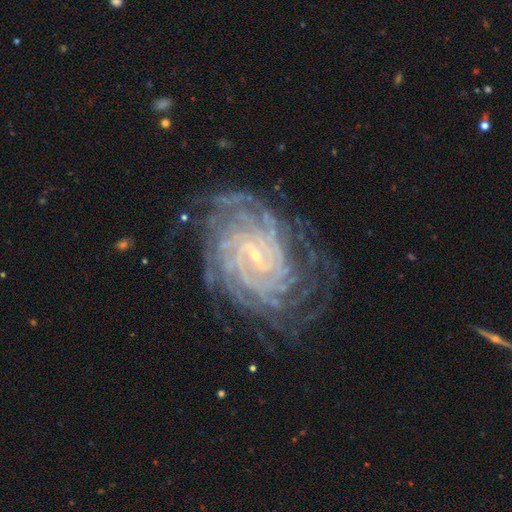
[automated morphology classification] smooth-or-featured: featured or disk: 91% | star or artifact: 6% | smooth: 3%
  disk-edge-on: no: 98% | yes: 2%
    bar: weak: 41% | no: 40% | strong: 19%
    has-spiral-arms: yes: 99% | no: 1%
      spiral-winding: tight: 84% | medium: 13% | loose: 2%
      spiral-arm-count: more than 4: 37% | 4: 19% | can't tell: 17% | 3: 10% | 2: 9% | 1: 8%
    bulge-size: small: 87% | moderate: 9% | none: 2% | large: 1% | dominant: 1%
  merging: none: 77% | minor disturbance: 16% | major disturbance: 6% | merger: 1%